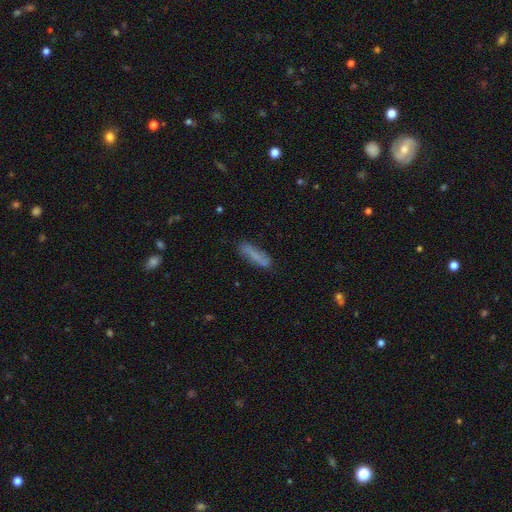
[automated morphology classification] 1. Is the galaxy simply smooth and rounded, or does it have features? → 66% smooth, 26% featured or disk, 9% star or artifact.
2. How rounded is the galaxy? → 70% cigar-shaped, 28% in between, 2% round.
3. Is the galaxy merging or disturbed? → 76% none, 16% minor disturbance, 4% major disturbance, 3% merger.